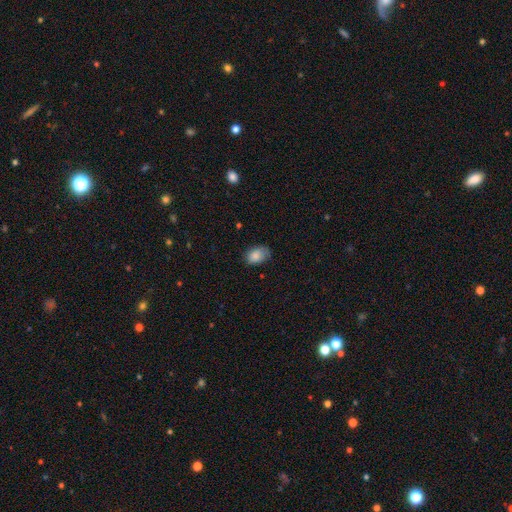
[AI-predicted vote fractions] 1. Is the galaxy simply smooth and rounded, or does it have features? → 83% smooth, 9% featured or disk, 8% star or artifact.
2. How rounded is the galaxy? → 80% in between, 19% round, 1% cigar-shaped.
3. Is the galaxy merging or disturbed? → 61% none, 30% minor disturbance, 8% major disturbance, 1% merger.